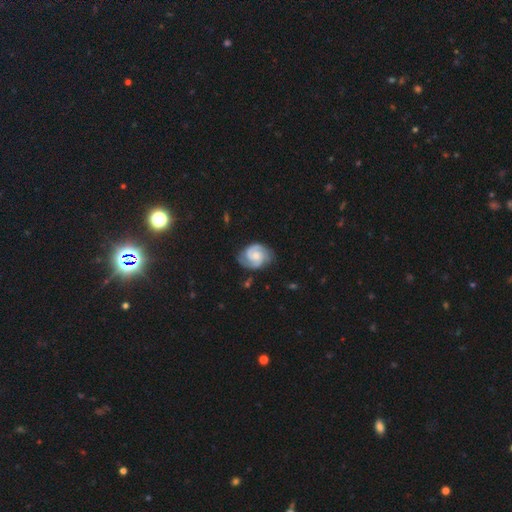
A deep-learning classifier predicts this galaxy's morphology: This appears to be a featured or disk galaxy (85%) with no bar (60%), 2 (81%) tight (50%) spiral arms (98%) and a moderate central bulge (49%). Merging: none (75%).